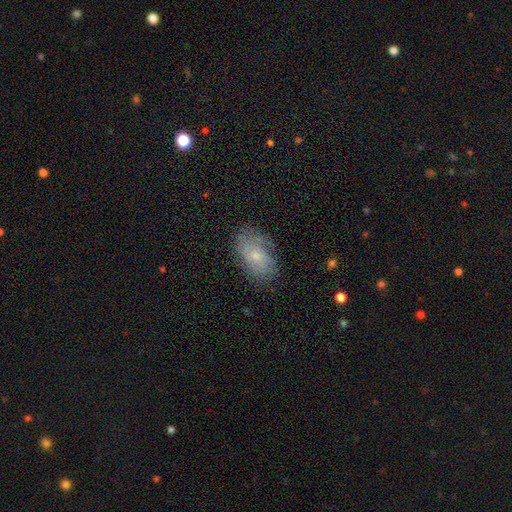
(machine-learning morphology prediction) A smooth galaxy with no disk features (48%).

Vote fractions:
- Smooth or featured? smooth: 48% / featured or disk: 43% / star or artifact: 8%
- Merging? none: 70% / minor disturbance: 21% / major disturbance: 7% / merger: 1%